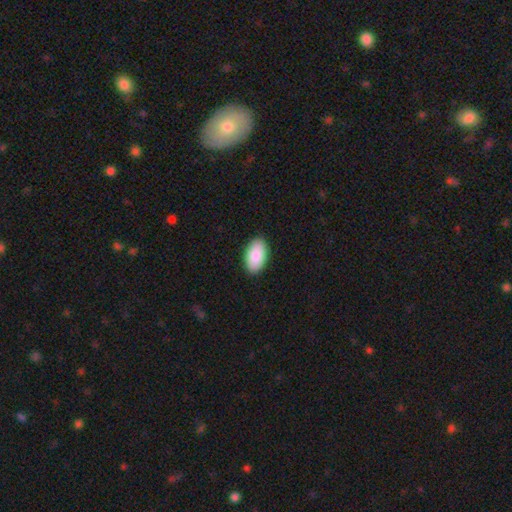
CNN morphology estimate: A smooth galaxy with no disk features (89%) that is in between round and cigar-shaped (96%).

Vote fractions:
- Smooth or featured? smooth: 89% / star or artifact: 6% / featured or disk: 5%
- How rounded? in between: 96% / round: 3% / cigar-shaped: 1%
- Merging? none: 90% / minor disturbance: 7% / major disturbance: 2% / merger: 1%